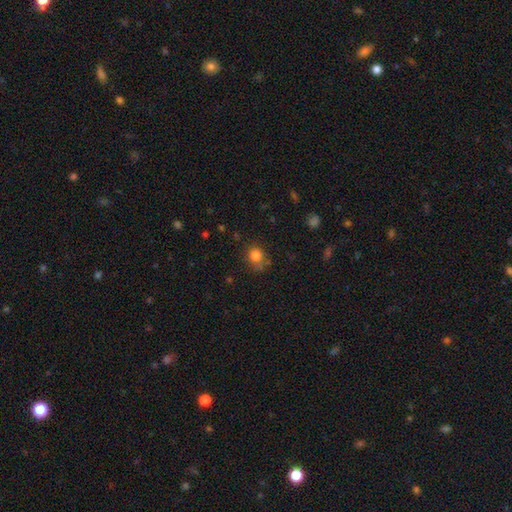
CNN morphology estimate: A smooth galaxy with no disk features (82%) that is round (83%). Merging: none (69%).